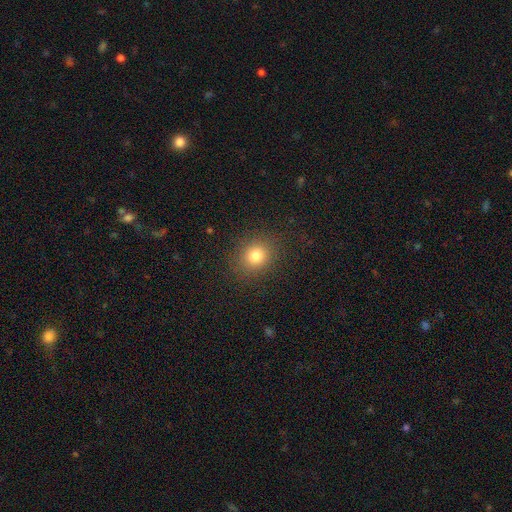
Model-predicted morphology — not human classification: Overall: smooth (80%). How rounded: round (74%). Merging: none (88%).